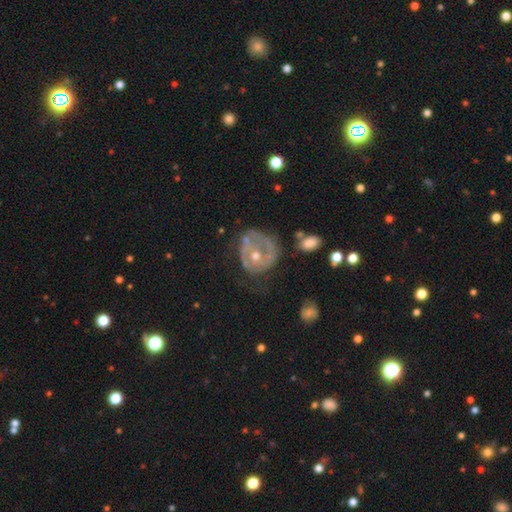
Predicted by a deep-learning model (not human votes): A featured or disk galaxy (68%) with no bar (78%), spiral arms (51%) and a moderate central bulge (59%). Merging: none (45%).